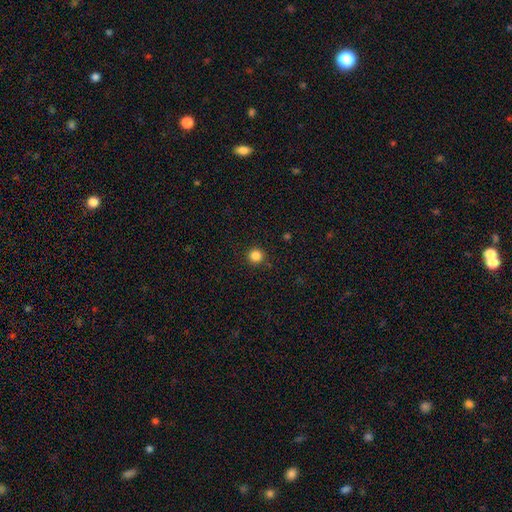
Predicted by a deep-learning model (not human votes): smooth_or_featured: smooth (p=0.85) [alt: star or artifact p=0.12]
how_rounded: round (p=0.95) [alt: in between p=0.04]
merging: none (p=0.91) [alt: minor disturbance p=0.06]